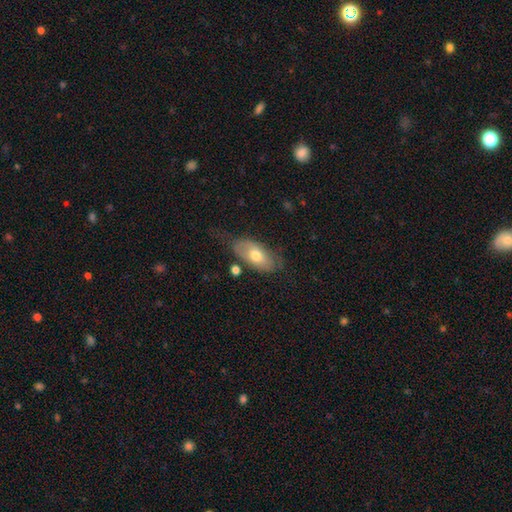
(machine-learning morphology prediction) A smooth galaxy with no disk features (63%) that is in between round and cigar-shaped (90%). Merging: none (58%).